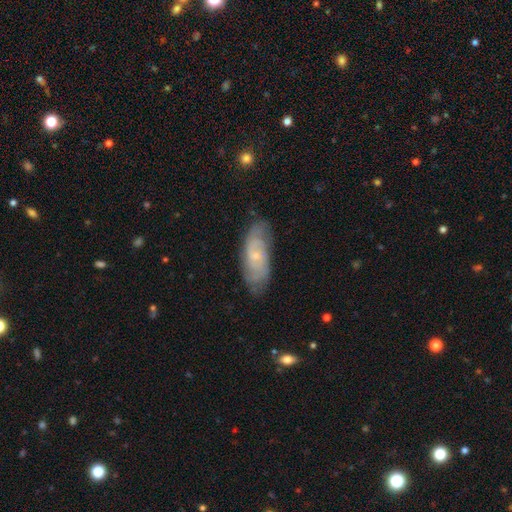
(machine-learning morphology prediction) smooth-or-featured: featured or disk: 67% | smooth: 26% | star or artifact: 7%
  disk-edge-on: no: 90% | yes: 10%
    bar: no: 64% | weak: 31% | strong: 5%
    has-spiral-arms: yes: 88% | no: 12%
      spiral-winding: tight: 46% | medium: 38% | loose: 16%
      spiral-arm-count: 2: 45% | can't tell: 37% | 3: 8% | 4: 4% | 1: 3% | more than 4: 3%
    bulge-size: small: 76% | moderate: 18% | none: 4% | large: 1% | dominant: 1%
  merging: none: 74% | minor disturbance: 20% | major disturbance: 5% | merger: 1%